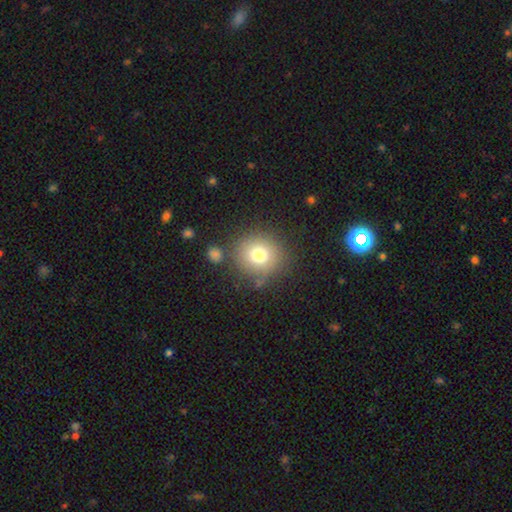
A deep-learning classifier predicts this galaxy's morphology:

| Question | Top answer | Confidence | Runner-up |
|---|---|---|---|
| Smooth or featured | smooth | 78% | star or artifact (11%) |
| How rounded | round | 89% | in between (10%) |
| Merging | none | 78% | minor disturbance (11%) |